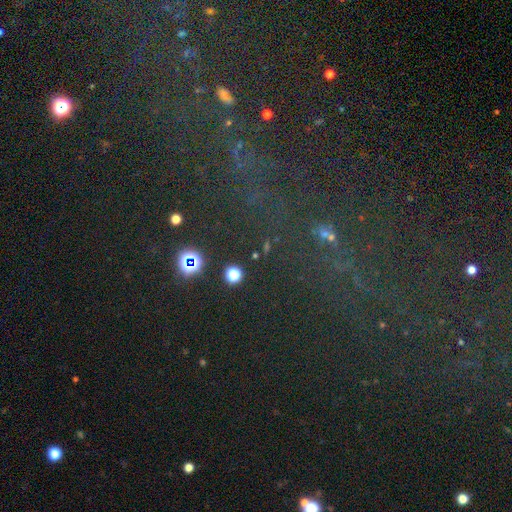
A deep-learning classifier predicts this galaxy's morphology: This appears to be a star or artifact, not a galaxy (60%).